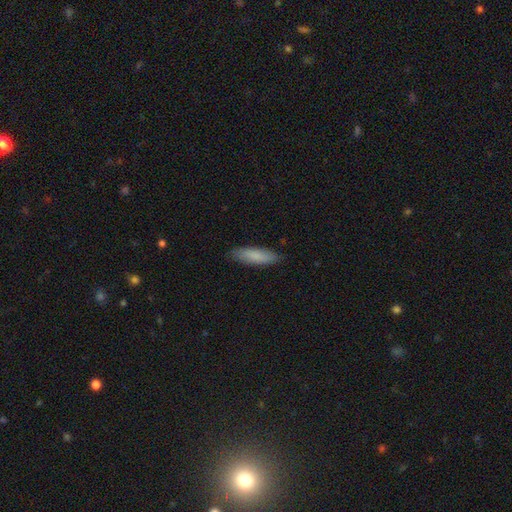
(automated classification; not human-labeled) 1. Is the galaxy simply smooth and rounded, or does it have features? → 84% smooth, 11% featured or disk, 6% star or artifact.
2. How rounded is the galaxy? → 61% cigar-shaped, 38% in between, 1% round.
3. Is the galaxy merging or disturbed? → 85% none, 11% minor disturbance, 2% major disturbance, 1% merger.